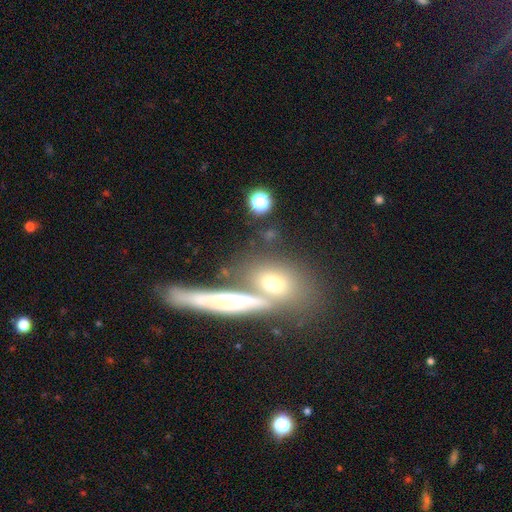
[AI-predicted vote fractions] Smooth or featured: featured or disk — 47% (smooth — 38%)
Merging: none — 45% (merger — 37%)